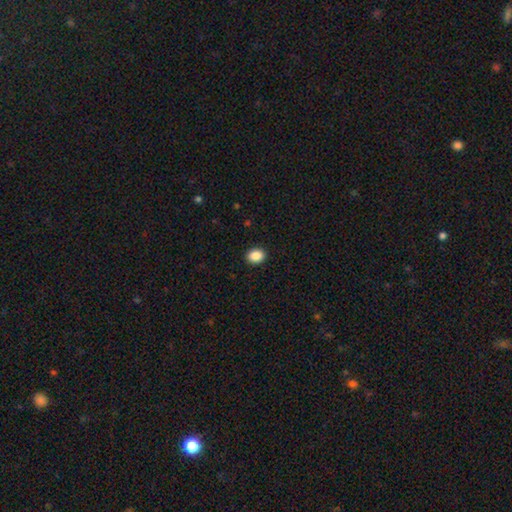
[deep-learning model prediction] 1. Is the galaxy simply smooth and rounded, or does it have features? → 88% smooth, 9% star or artifact, 3% featured or disk.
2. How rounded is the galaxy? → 52% in between, 47% round, 1% cigar-shaped.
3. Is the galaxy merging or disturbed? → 92% none, 6% minor disturbance, 2% major disturbance, 1% merger.